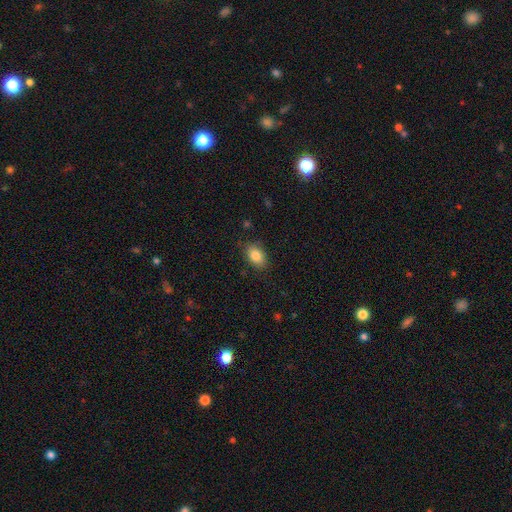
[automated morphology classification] smooth-or-featured: smooth: 85% | star or artifact: 8% | featured or disk: 7%
  how-rounded: in between: 86% | round: 12% | cigar-shaped: 1%
  merging: none: 84% | minor disturbance: 12% | major disturbance: 3% | merger: 1%